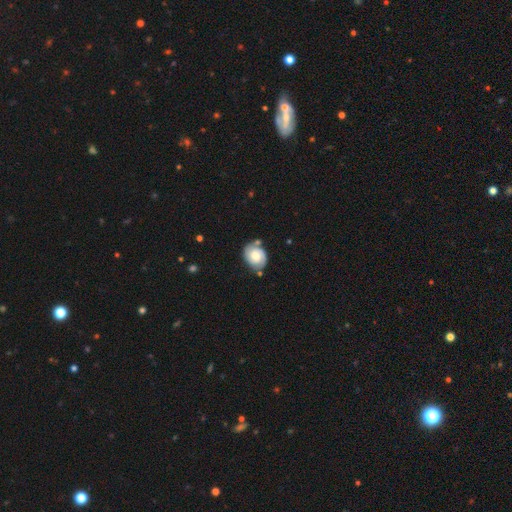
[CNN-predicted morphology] featured or disk 64%, smooth 29%, star or artifact 7%. Down the decision tree: edge-on disk — no (97%); bar — no (70%); spiral arms — yes (90%); spiral arm count — 2 (82%); spiral winding — tight (59%); bulge size — moderate (55%); merging — none (69%).